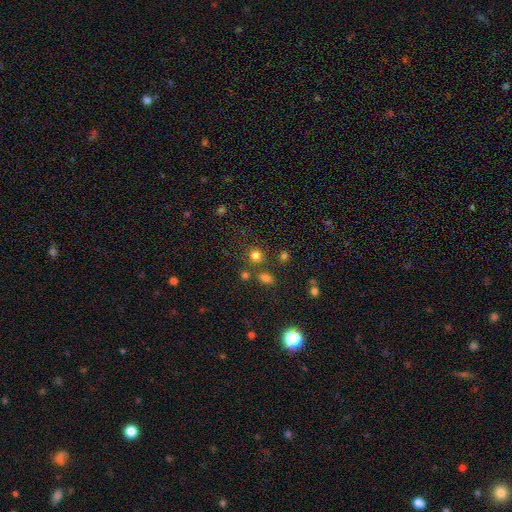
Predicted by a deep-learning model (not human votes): Smooth or featured? Predicted: smooth (p=0.78). How rounded? Predicted: round (p=0.84). Merging? Predicted: none (p=0.76).